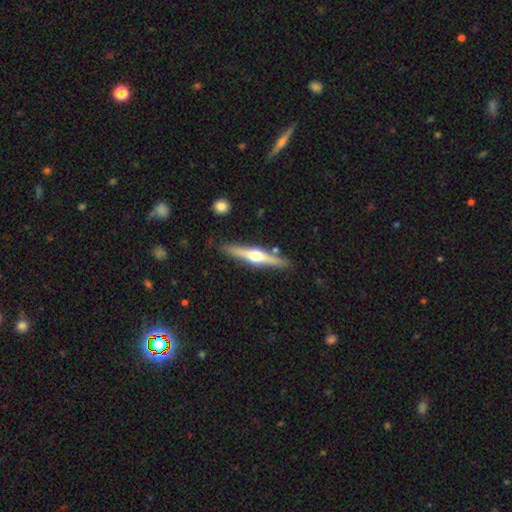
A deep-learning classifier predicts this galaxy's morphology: smooth-or-featured: featured or disk: 70% | smooth: 25% | star or artifact: 5%
  disk-edge-on: yes: 97% | no: 3%
    edge-on-bulge: rounded: 95% | boxy: 3% | none: 2%
  merging: none: 85% | minor disturbance: 10% | merger: 3% | major disturbance: 2%